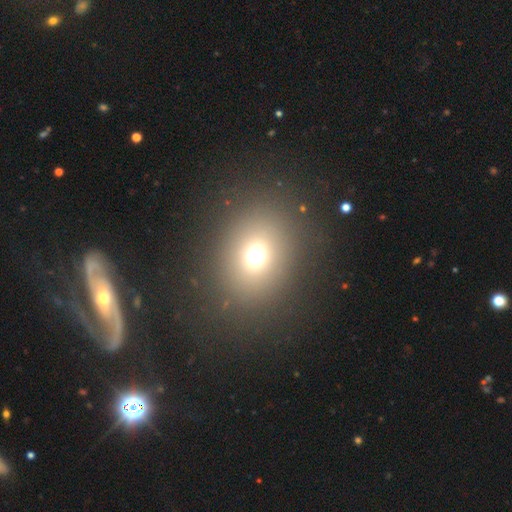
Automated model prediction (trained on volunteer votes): Smooth or featured? Predicted: smooth (p=0.67). How rounded? Predicted: round (p=0.62). Merging? Predicted: none (p=0.83).